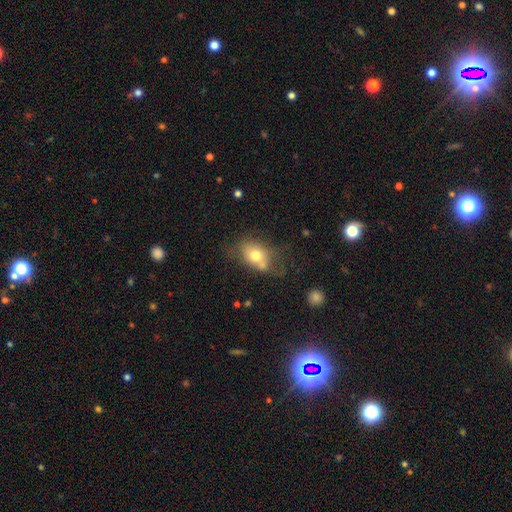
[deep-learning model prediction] A smooth galaxy with no disk features (69%) that is in between round and cigar-shaped (75%).

Vote fractions:
- Smooth or featured? smooth: 69% / featured or disk: 21% / star or artifact: 10%
- How rounded? in between: 75% / round: 23% / cigar-shaped: 2%
- Merging? none: 46% / minor disturbance: 26% / merger: 15% / major disturbance: 14%